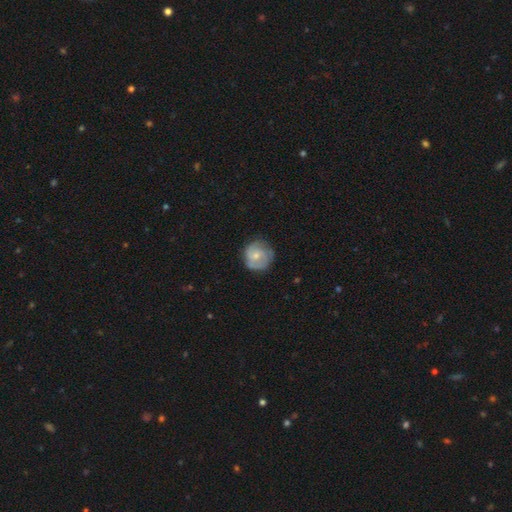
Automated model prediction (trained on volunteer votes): Smooth or featured? Predicted: featured or disk (p=0.57). Edge-on disk? Predicted: no (p=0.98). Bar? Predicted: no (p=0.71). Spiral arms? Predicted: yes (p=0.82). Bulge size? Predicted: small (p=0.56). Merging? Predicted: none (p=0.72).